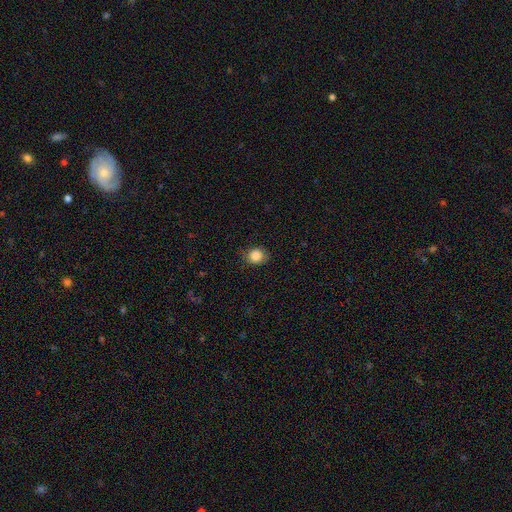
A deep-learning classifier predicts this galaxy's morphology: The model was most divided on "how rounded": round: 71%, in between: 28%, cigar-shaped: 1%. More confident: smooth or featured — smooth (86%); merging — none (79%).